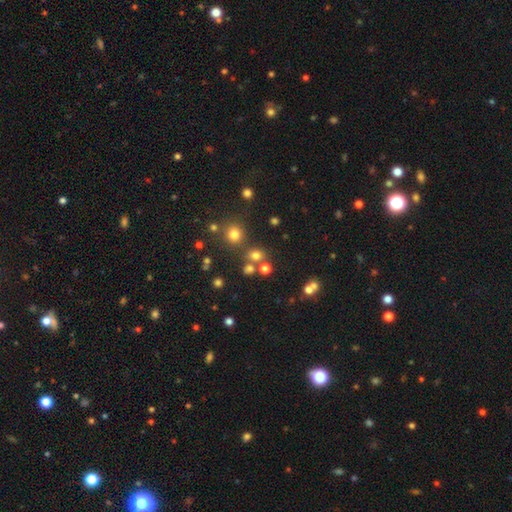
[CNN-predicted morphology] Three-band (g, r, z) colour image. It shows a smooth galaxy with no disk features (70%) that is round (78%). Merging: none (69%).